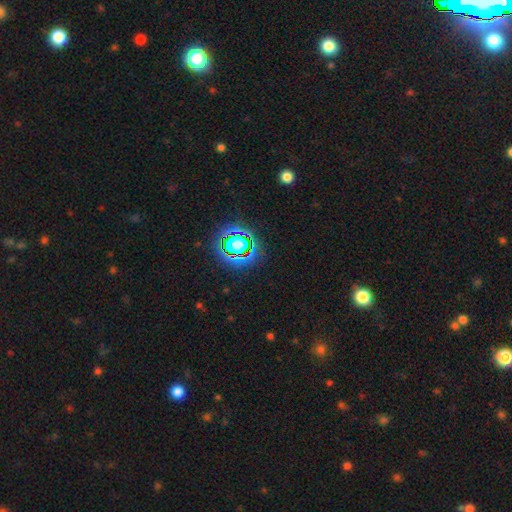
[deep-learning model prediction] The model was most divided on "smooth or featured": star or artifact: 78%, smooth: 14%, featured or disk: 8%.